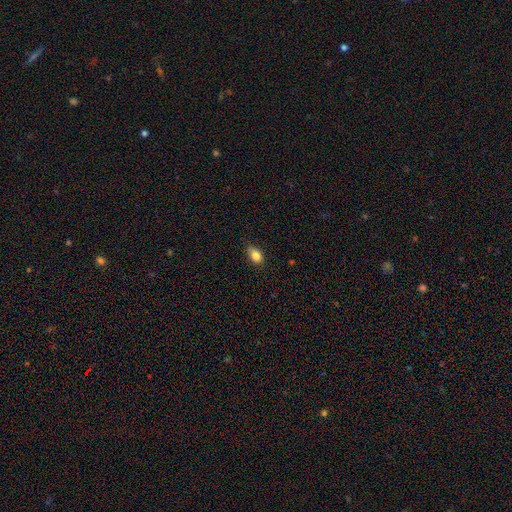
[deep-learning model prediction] This is clearly a smooth galaxy (85%). How rounded: clearly in between (81%). Merging: likely none (77%).